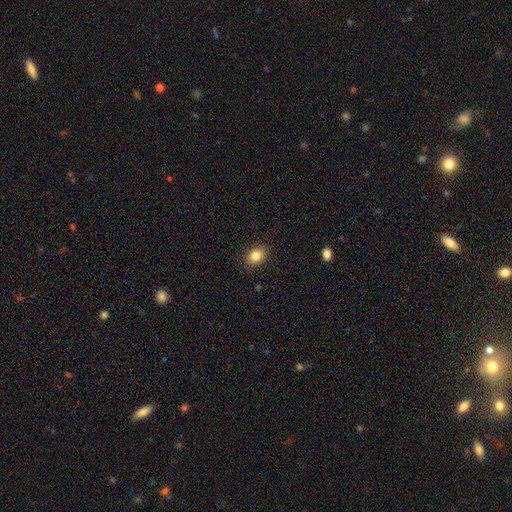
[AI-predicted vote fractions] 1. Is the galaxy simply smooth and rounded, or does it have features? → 83% smooth, 10% star or artifact, 7% featured or disk.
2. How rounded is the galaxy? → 61% in between, 38% round, 1% cigar-shaped.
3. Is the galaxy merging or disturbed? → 87% none, 10% minor disturbance, 2% major disturbance, 1% merger.